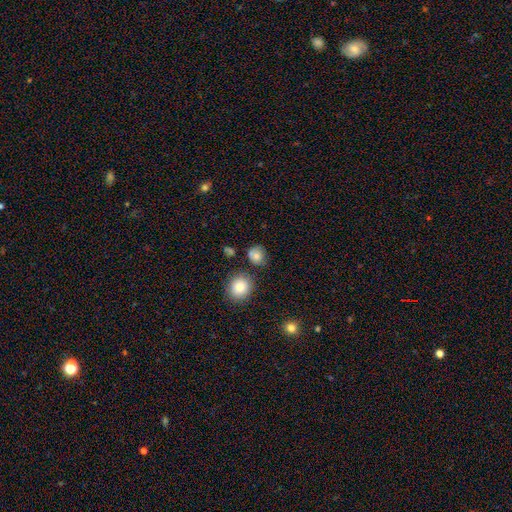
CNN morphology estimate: Smooth or featured: smooth — 79% (star or artifact — 11%)
How rounded: round — 80% (in between — 19%)
Merging: none — 69% (minor disturbance — 17%)